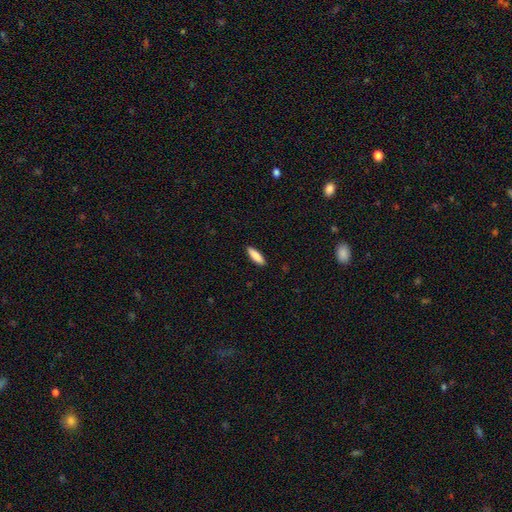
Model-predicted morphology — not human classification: Overall: smooth (86%). How rounded: cigar-shaped (50%; in between 48%). Merging: none (90%).